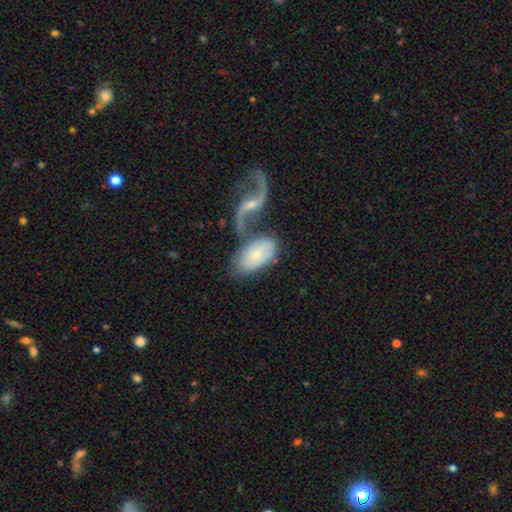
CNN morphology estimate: This appears to be a featured or disk galaxy (48%). Merging: merger (43%).